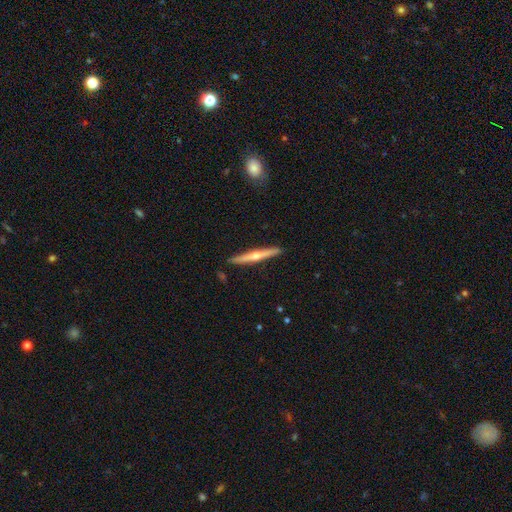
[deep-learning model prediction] Morphology: type=featured or disk (59%); edge-on=yes (97%); edge-on bulge=rounded (79%); merging=none (91%).